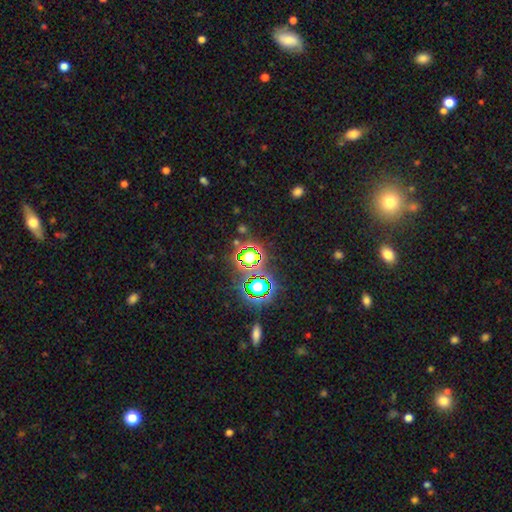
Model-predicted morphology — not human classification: smooth-or-featured: star or artifact: 68% | smooth: 23% | featured or disk: 9%